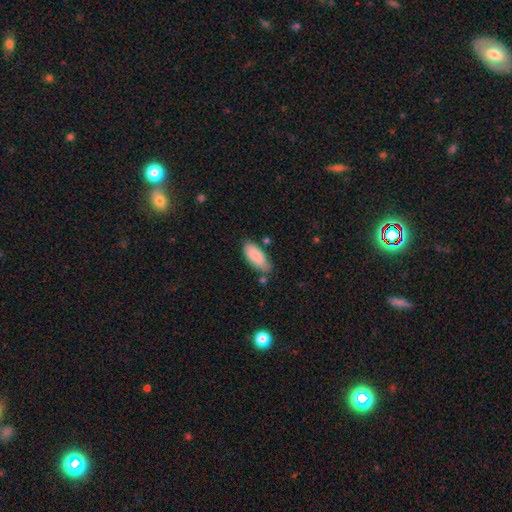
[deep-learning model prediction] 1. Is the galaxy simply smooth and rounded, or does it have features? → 87% smooth, 7% featured or disk, 6% star or artifact.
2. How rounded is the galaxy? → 83% in between, 15% cigar-shaped, 2% round.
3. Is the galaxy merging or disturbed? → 71% none, 20% minor disturbance, 5% merger, 4% major disturbance.